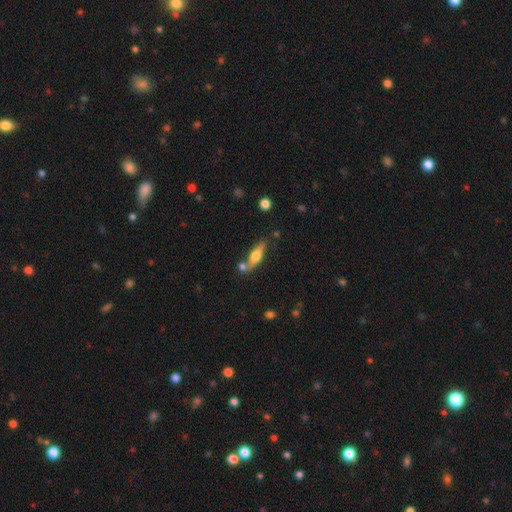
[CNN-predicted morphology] type=featured or disk (49%); merging=none (66%).